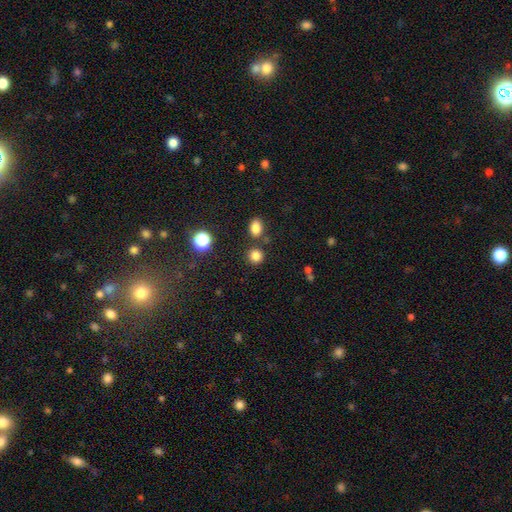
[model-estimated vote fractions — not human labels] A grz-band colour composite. It shows a smooth galaxy with no disk features (82%) that is round (87%). Merging: none (79%).